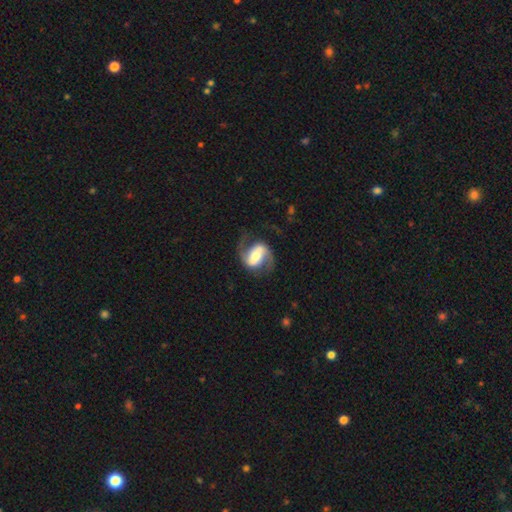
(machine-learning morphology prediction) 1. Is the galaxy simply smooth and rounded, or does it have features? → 82% featured or disk, 13% smooth, 5% star or artifact.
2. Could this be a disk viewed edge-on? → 97% no, 3% yes.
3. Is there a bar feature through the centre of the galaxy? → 51% strong, 31% weak, 19% no.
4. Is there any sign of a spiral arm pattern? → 94% yes, 6% no.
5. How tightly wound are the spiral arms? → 49% medium, 36% loose, 15% tight.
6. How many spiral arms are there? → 92% 2, 3% 1, 3% can't tell, 1% 3, 1% 4, 1% more than 4.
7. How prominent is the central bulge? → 47% moderate, 24% small, 20% large, 5% dominant, 3% none.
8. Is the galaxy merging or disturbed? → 72% none, 15% minor disturbance, 12% major disturbance, 2% merger.